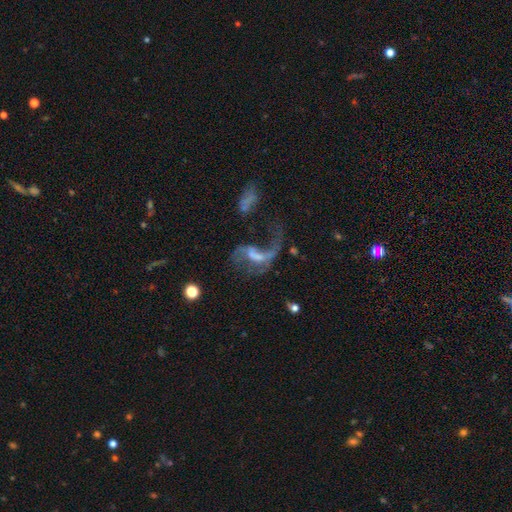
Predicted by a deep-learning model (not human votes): Smooth or featured: featured or disk — 72% (smooth — 15%)
Edge-on disk: no — 95% (yes — 5%)
Bar: weak — 42% (no — 36%)
Spiral arms: yes — 75% (no — 25%)
Spiral winding: loose — 84% (medium — 13%)
Spiral arm count: 2 — 54% (1 — 36%)
Bulge size: small — 36% (tied with none — 36%)
Merging: major disturbance — 45% (none — 27%)